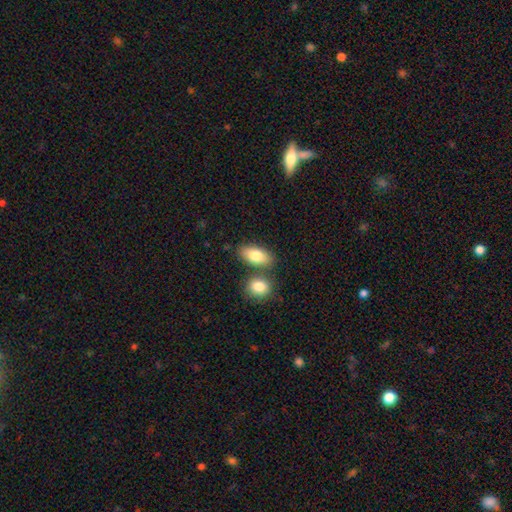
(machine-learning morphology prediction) smooth_or_featured: smooth (p=0.80) [alt: featured or disk p=0.13]
how_rounded: in between (p=0.88) [alt: cigar-shaped p=0.06]
merging: none (p=0.64) [alt: merger p=0.23]